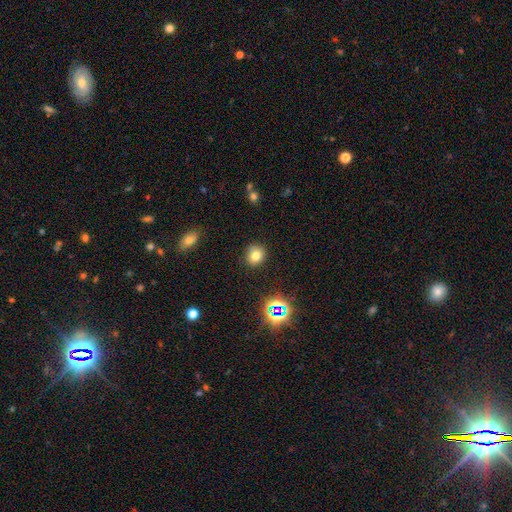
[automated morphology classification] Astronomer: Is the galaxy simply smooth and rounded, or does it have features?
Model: smooth — 74%.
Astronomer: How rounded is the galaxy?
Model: round — 78%.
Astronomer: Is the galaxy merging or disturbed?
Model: none — 88%.